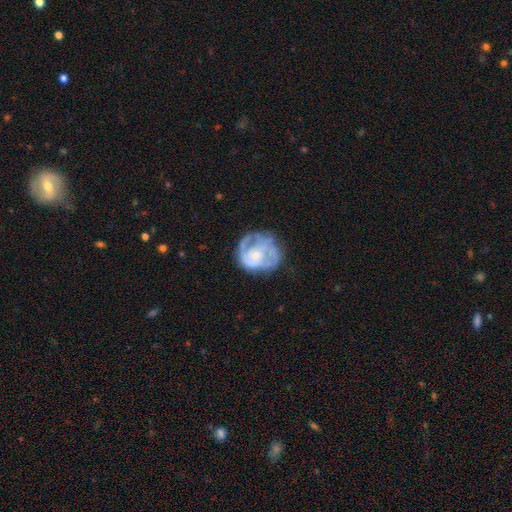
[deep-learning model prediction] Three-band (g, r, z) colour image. It shows a featured or disk galaxy (71%) with no bar (76%), spiral arms (69%) and a small central bulge (52%). Merging: none (55%).